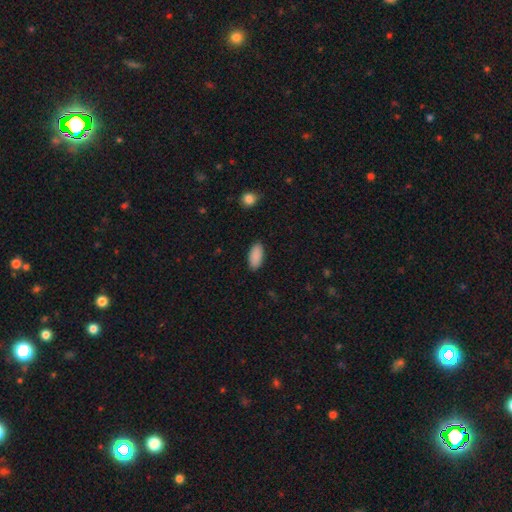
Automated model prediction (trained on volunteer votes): Overall: smooth (90%). How rounded: in between (91%). Merging: none (89%).